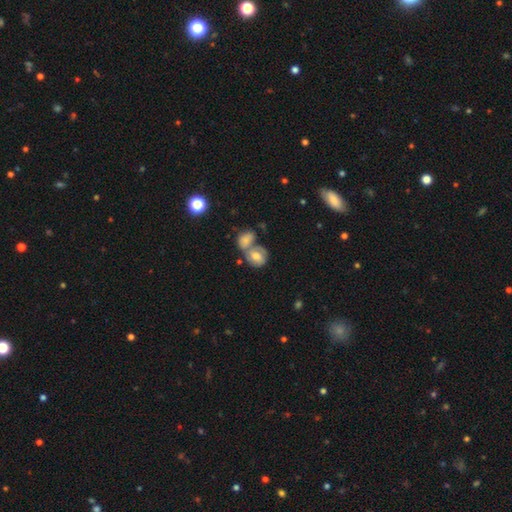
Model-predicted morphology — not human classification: This appears to be a smooth galaxy with no disk features (50%). Merging: merger (56%).